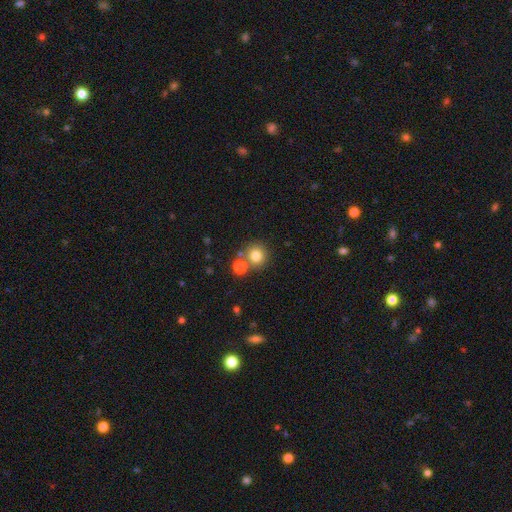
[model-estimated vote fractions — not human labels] Morphology: type=smooth (79%); roundness=round (91%); merging=none (70%).